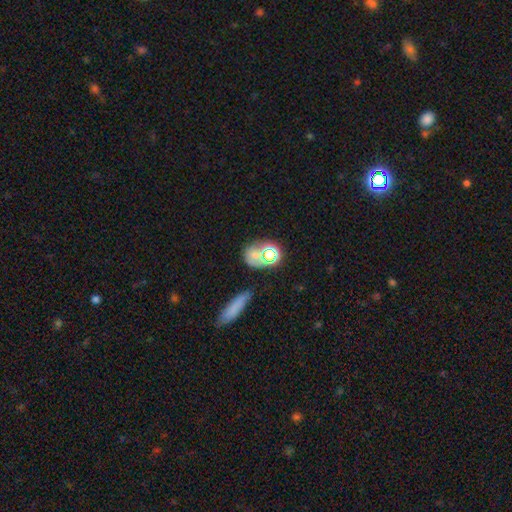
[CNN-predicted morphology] Smooth or featured: smooth — 52% (star or artifact — 31%)
How rounded: round — 56% (in between — 41%)
Merging: none — 60% (merger — 17%)